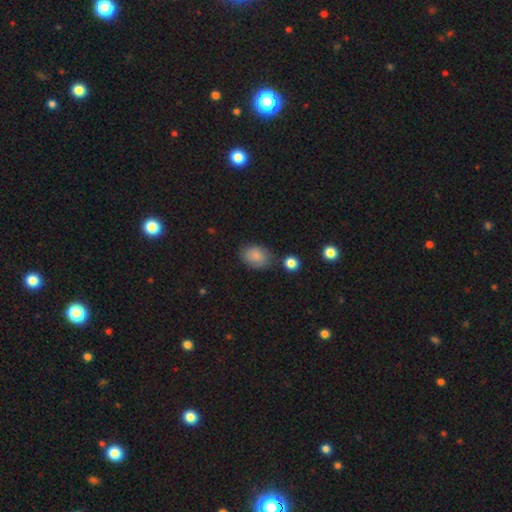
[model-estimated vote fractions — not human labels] The model was most divided on "how rounded": in between: 61%, round: 38%, cigar-shaped: 1%. More confident: smooth or featured — smooth (80%); merging — none (72%).